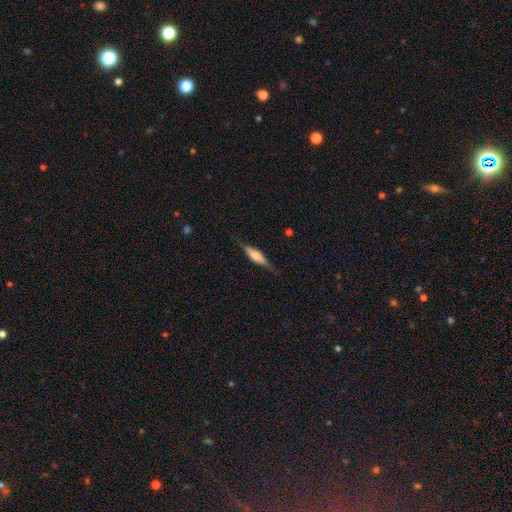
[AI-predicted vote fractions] A smooth galaxy with no disk features (53%) that is cigar-shaped (72%).

Vote fractions:
- Smooth or featured? smooth: 53% / featured or disk: 40% / star or artifact: 7%
- How rounded? cigar-shaped: 72% / in between: 26% / round: 2%
- Merging? none: 80% / minor disturbance: 15% / major disturbance: 4% / merger: 1%